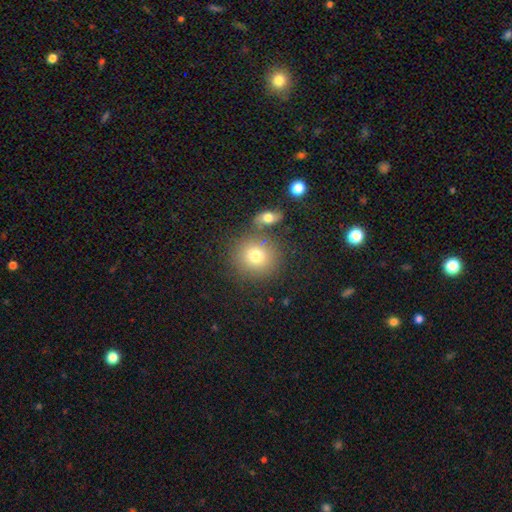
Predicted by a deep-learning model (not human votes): Q: Smooth or featured?
A: smooth (75%); runner-up: featured or disk (13%)
Q: How rounded?
A: round (87%); runner-up: in between (12%)
Q: Merging?
A: none (74%); runner-up: merger (12%)